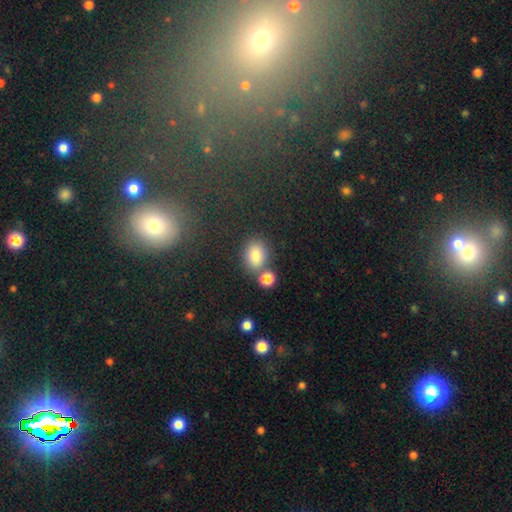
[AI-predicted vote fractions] Smooth or featured: smooth — 81% (star or artifact — 12%)
How rounded: in between — 54% (round — 45%)
Merging: none — 66% (merger — 18%)